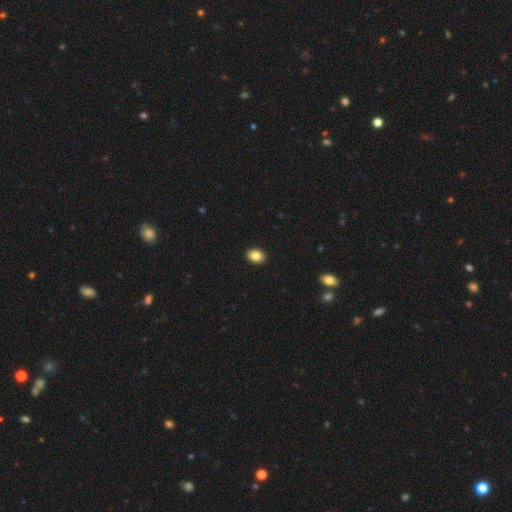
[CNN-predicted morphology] Smooth or featured? smooth (85%)
How rounded? in between (64%)
Merging? none (92%)